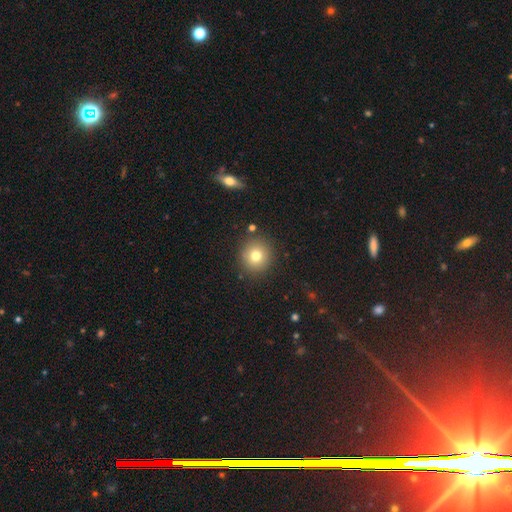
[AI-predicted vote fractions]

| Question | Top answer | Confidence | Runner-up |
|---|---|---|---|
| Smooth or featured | smooth | 77% | star or artifact (13%) |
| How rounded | round | 92% | in between (7%) |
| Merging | none | 88% | minor disturbance (7%) |